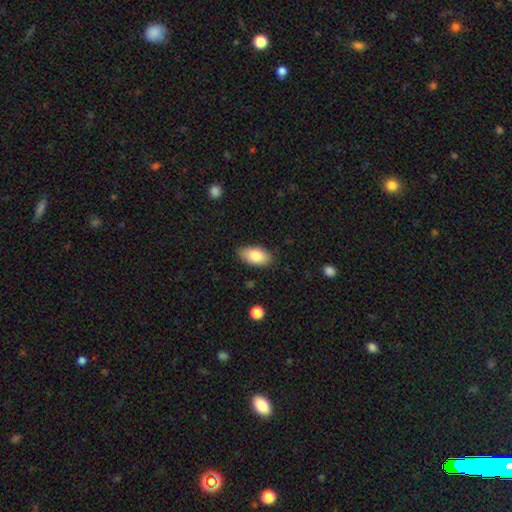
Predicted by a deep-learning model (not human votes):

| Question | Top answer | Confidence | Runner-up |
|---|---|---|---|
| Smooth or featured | smooth | 83% | featured or disk (10%) |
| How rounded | in between | 94% | round (4%) |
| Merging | none | 84% | minor disturbance (12%) |